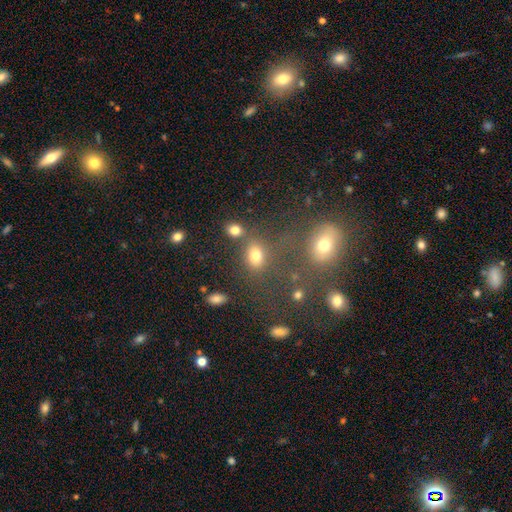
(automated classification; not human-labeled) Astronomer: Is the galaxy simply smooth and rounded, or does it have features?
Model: smooth — 75%.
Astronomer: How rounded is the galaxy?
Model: in between — 67%.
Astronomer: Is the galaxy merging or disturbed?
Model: none — 62%.